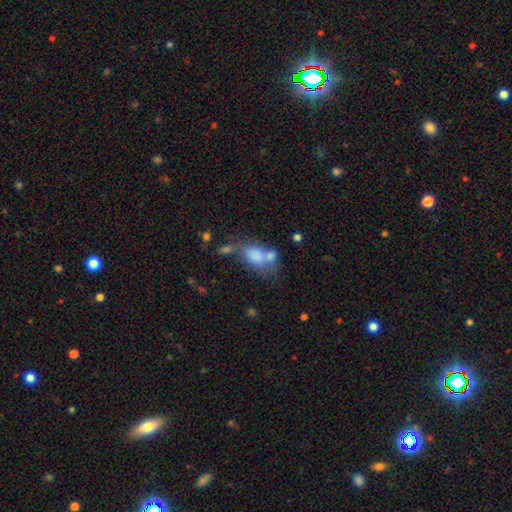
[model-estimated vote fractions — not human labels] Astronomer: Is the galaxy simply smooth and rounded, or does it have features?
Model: smooth — 71%.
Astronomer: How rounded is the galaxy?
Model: in between — 82%.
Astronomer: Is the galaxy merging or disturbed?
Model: merger — 46% (runner-up: none, 24%).